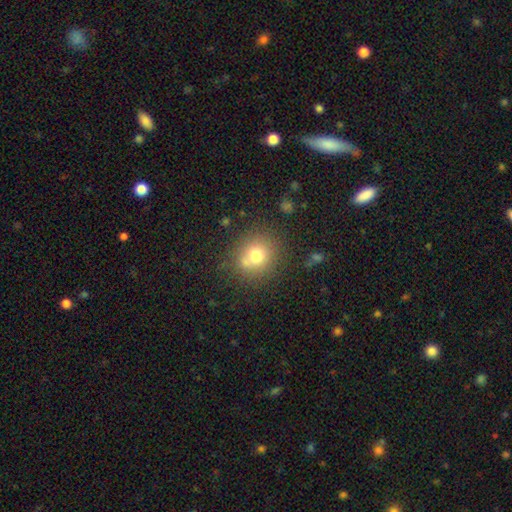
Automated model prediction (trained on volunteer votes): Smooth or featured? smooth (73%)
How rounded? round (81%)
Merging? none (70%)